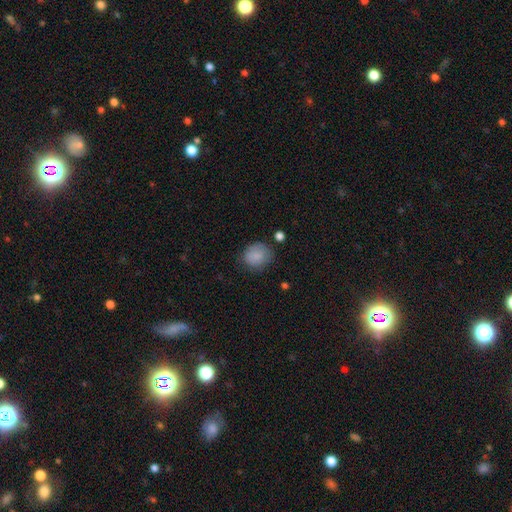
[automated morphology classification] The model was most divided on "how rounded": round: 68%, in between: 31%, cigar-shaped: 1%. More confident: smooth or featured — smooth (84%); merging — none (72%).